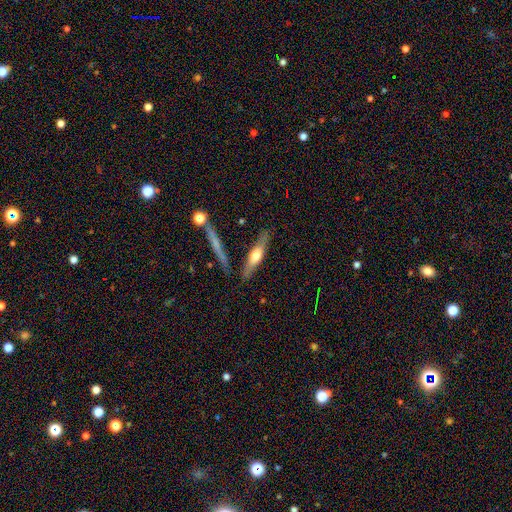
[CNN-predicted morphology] The model was most divided on "smooth or featured": featured or disk: 51%, smooth: 43%, star or artifact: 6%. More confident: edge-on disk — yes (89%); merging — none (78%).